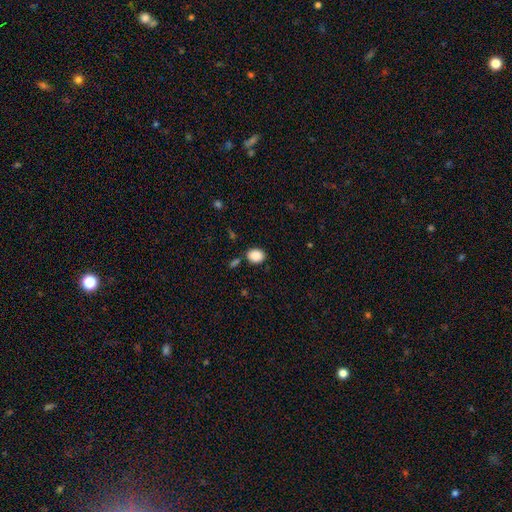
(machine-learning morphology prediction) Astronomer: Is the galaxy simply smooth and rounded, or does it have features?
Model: smooth — 88%.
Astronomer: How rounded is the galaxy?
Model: in between — 51% (runner-up: round, 48%).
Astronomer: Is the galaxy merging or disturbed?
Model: none — 82%.